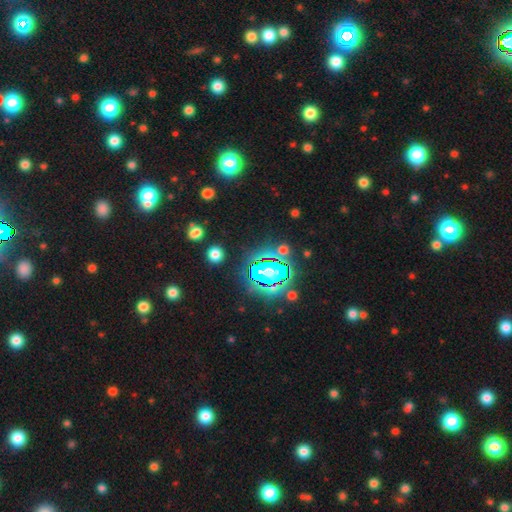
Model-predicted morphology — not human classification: A star or artifact, not a galaxy (80%).

Vote fractions:
- Smooth or featured? star or artifact: 80% / smooth: 13% / featured or disk: 7%